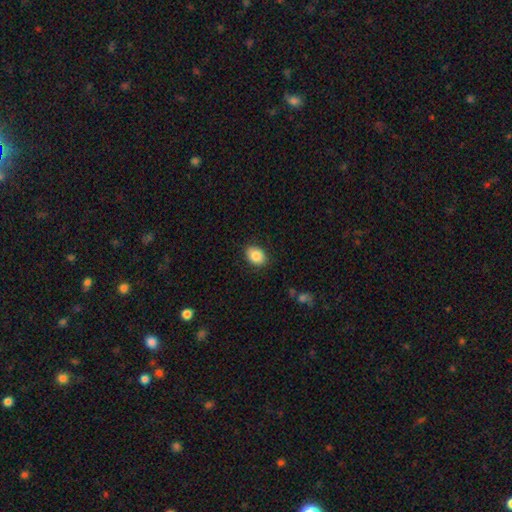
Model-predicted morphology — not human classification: Smooth or featured: smooth — 86% (star or artifact — 8%)
How rounded: in between — 68% (round — 31%)
Merging: none — 87% (minor disturbance — 10%)